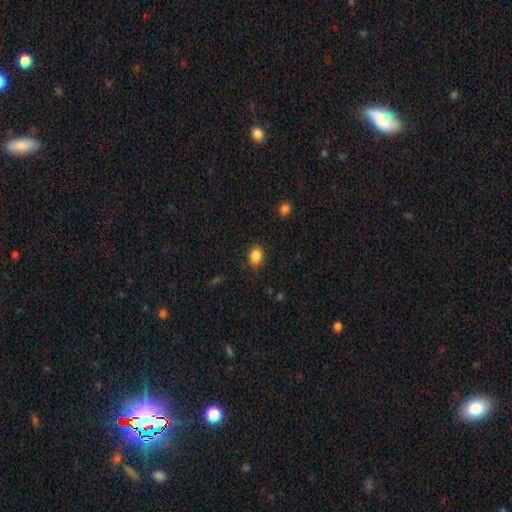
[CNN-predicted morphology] smooth_or_featured: smooth (p=0.86) [alt: star or artifact p=0.09]
how_rounded: in between (p=0.65) [alt: round p=0.34]
merging: none (p=0.85) [alt: minor disturbance p=0.11]